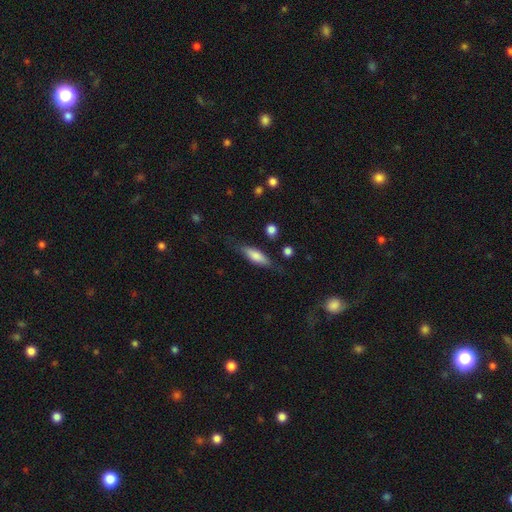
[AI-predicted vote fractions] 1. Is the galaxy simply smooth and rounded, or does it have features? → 68% smooth, 26% featured or disk, 6% star or artifact.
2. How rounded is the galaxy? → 50% cigar-shaped, 47% in between, 2% round.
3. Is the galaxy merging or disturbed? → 73% none, 19% minor disturbance, 6% major disturbance, 3% merger.